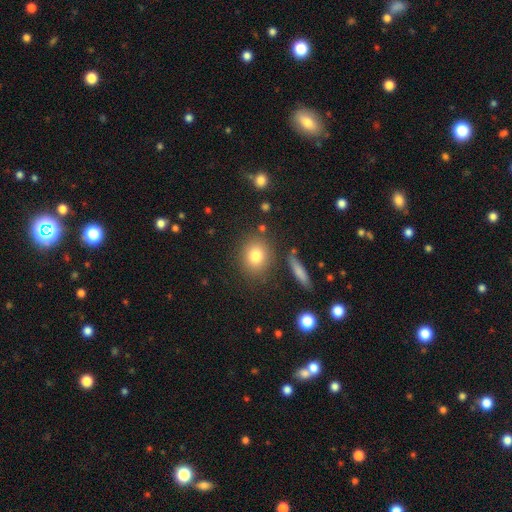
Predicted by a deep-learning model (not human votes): A smooth galaxy with no disk features (80%) that is round (67%). Merging: none (81%).